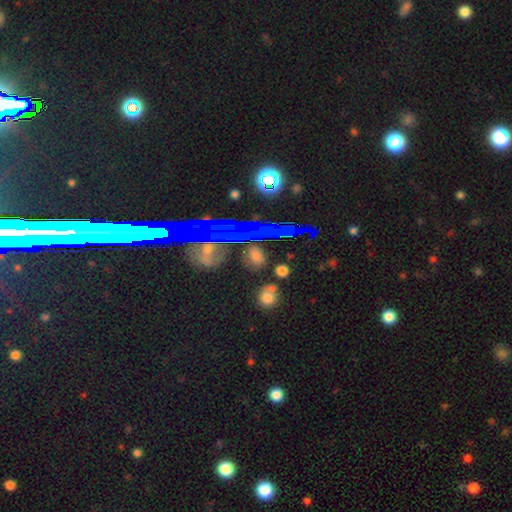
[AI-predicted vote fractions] Q: Smooth or featured?
A: smooth (44%); runner-up: star or artifact (42%)
Q: Merging?
A: none (78%); runner-up: minor disturbance (12%)